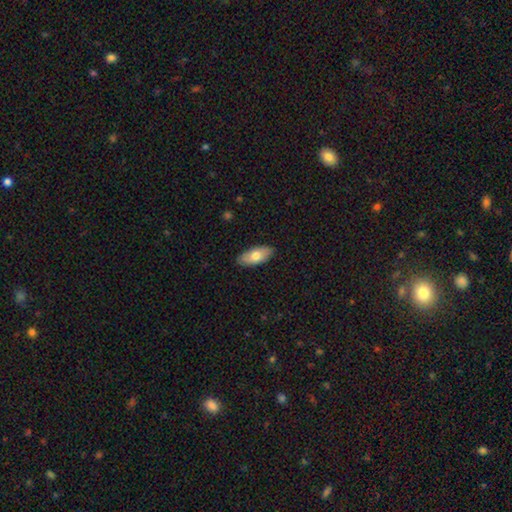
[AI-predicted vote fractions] This is likely a smooth galaxy (74%). How rounded: clearly in between (89%). Merging: clearly none (88%).